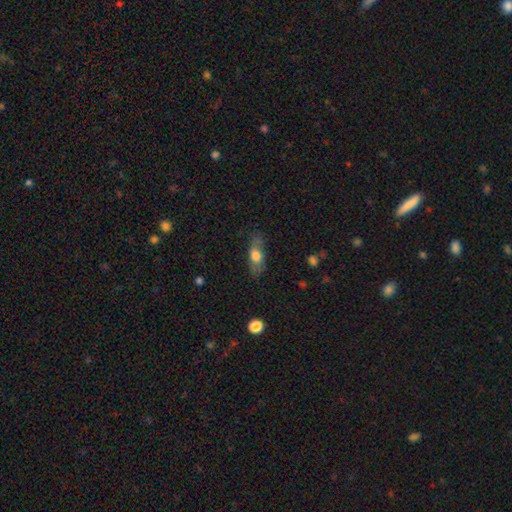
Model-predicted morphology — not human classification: smooth_or_featured: smooth (p=0.64) [alt: featured or disk p=0.28]
how_rounded: in between (p=0.68) [alt: cigar-shaped p=0.25]
merging: none (p=0.70) [alt: minor disturbance p=0.20]